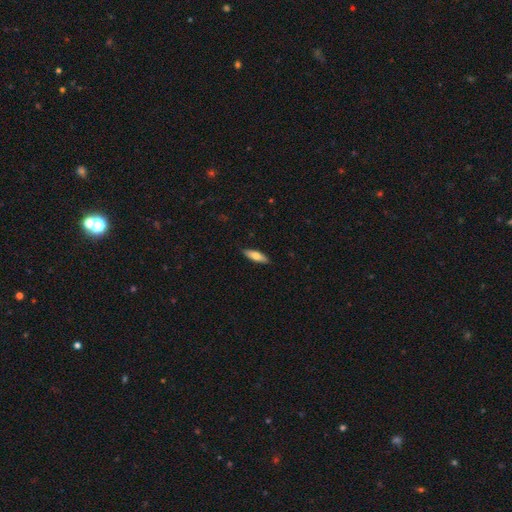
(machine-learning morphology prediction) This appears to be a smooth galaxy with no disk features (66%) that is cigar-shaped (54%). Merging: none (89%).